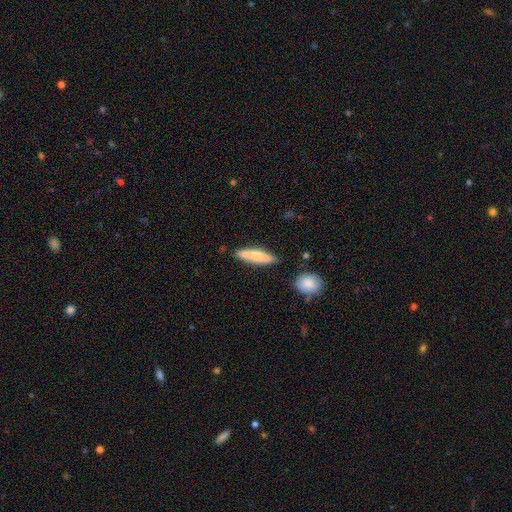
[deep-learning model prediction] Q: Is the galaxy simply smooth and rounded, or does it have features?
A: smooth — 74%.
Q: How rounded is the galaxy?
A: cigar-shaped — 80%.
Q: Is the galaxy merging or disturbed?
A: none — 83%.